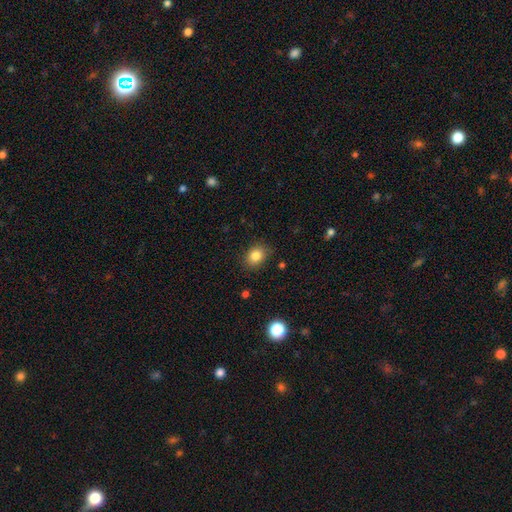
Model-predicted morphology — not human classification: Q: Smooth or featured?
A: smooth (84%); runner-up: star or artifact (10%)
Q: How rounded?
A: round (50%); runner-up: in between (49%)
Q: Merging?
A: none (83%); runner-up: minor disturbance (13%)